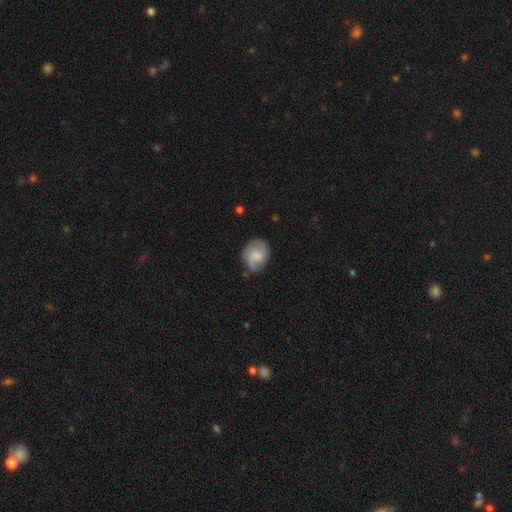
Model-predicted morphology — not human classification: Smooth or featured?
  - smooth: 48% *
  - featured or disk: 45%
  - star or artifact: 7%
Merging?
  - none: 70% *
  - minor disturbance: 22%
  - major disturbance: 6%
  - merger: 2%